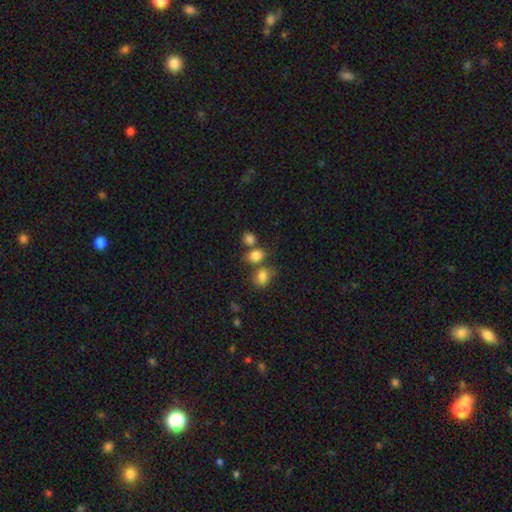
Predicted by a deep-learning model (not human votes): A smooth galaxy with no disk features (81%) that is round (53%). Merging: none (49%).